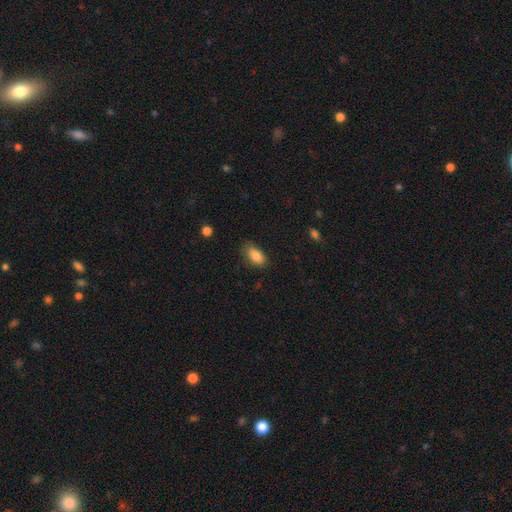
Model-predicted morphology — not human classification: smooth_or_featured: smooth (p=0.86) [alt: star or artifact p=0.07]
how_rounded: in between (p=0.92) [alt: cigar-shaped p=0.04]
merging: none (p=0.75) [alt: minor disturbance p=0.20]